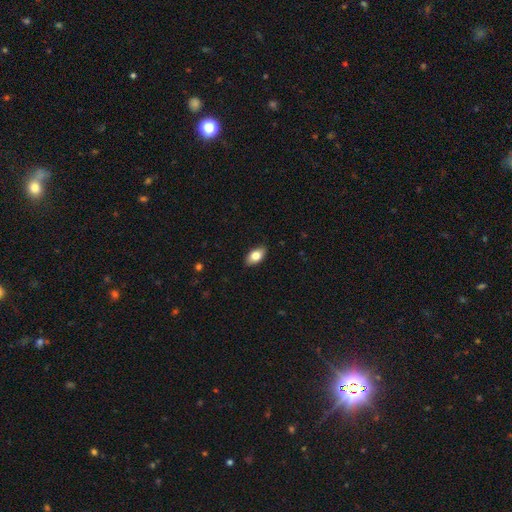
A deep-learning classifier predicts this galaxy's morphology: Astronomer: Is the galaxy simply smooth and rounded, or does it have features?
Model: smooth — 80%.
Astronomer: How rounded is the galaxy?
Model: in between — 91%.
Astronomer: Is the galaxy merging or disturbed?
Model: none — 87%.